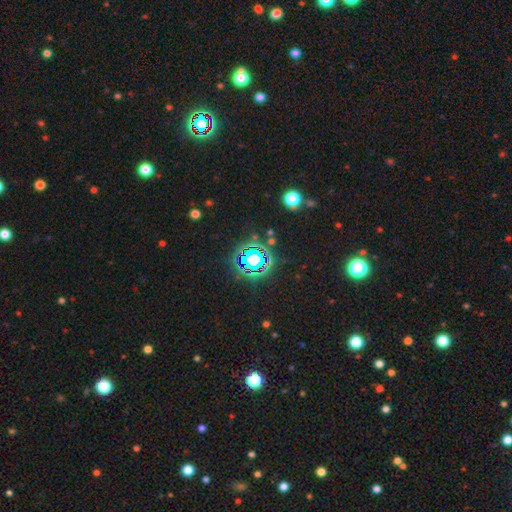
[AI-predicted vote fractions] Smooth or featured: star or artifact — 71% (smooth — 18%)